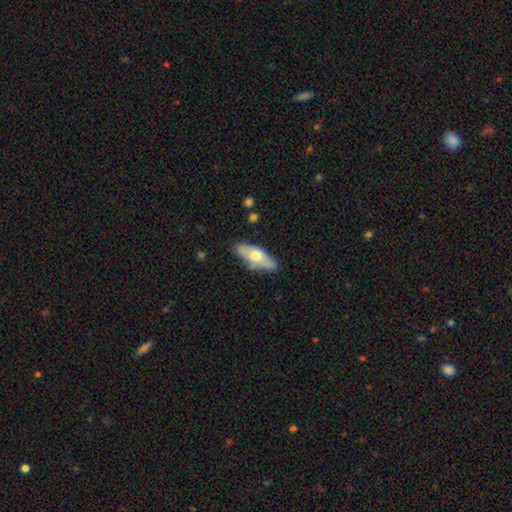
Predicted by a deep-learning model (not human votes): smooth-or-featured: smooth: 53% | featured or disk: 42% | star or artifact: 6%
  how-rounded: in between: 73% | cigar-shaped: 24% | round: 3%
  merging: none: 77% | minor disturbance: 17% | major disturbance: 4% | merger: 3%